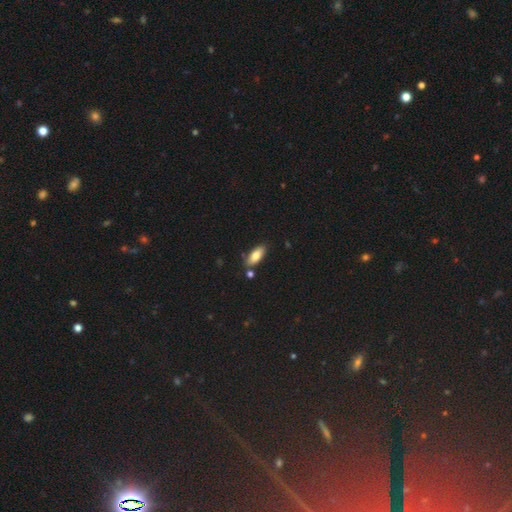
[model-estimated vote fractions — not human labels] smooth_or_featured: smooth (p=0.80) [alt: featured or disk p=0.13]
how_rounded: in between (p=0.80) [alt: cigar-shaped p=0.18]
merging: none (p=0.78) [alt: minor disturbance p=0.14]